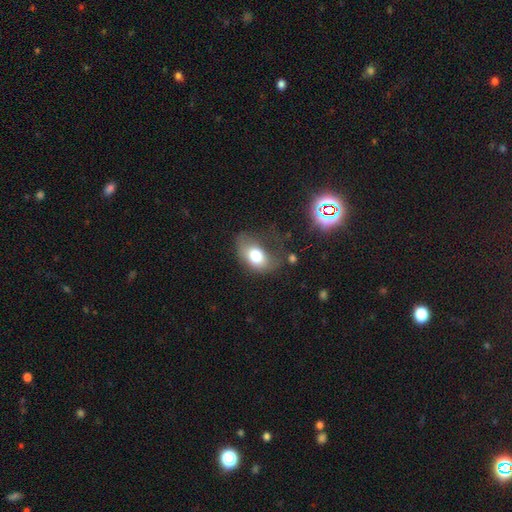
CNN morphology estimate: smooth-or-featured: smooth: 71% | featured or disk: 18% | star or artifact: 10%
  how-rounded: in between: 84% | round: 15% | cigar-shaped: 2%
  merging: none: 39% | minor disturbance: 31% | major disturbance: 25% | merger: 4%